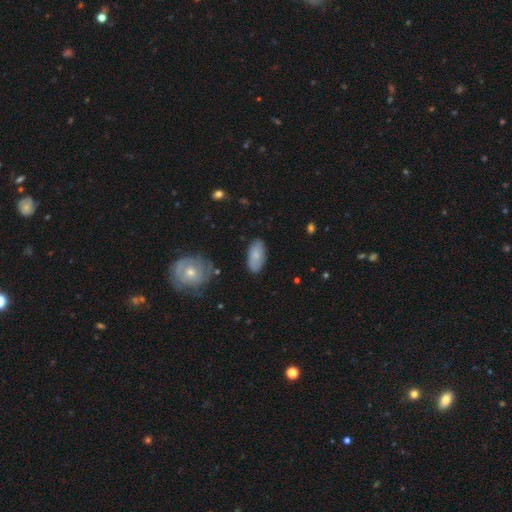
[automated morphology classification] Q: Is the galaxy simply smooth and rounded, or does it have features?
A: smooth — 74%.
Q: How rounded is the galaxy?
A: in between — 93%.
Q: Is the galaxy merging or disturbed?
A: none — 79%.